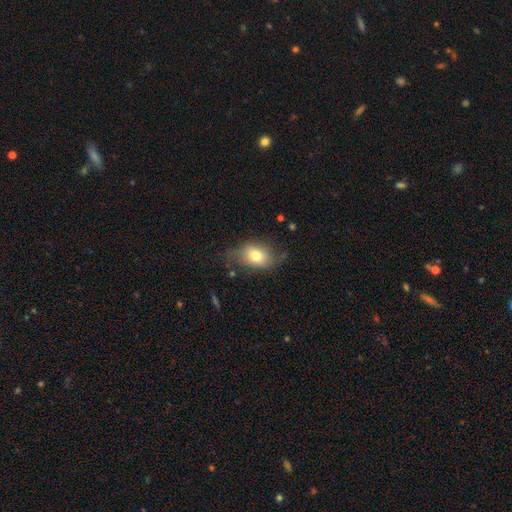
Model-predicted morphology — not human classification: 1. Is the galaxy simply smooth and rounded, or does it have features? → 72% smooth, 19% featured or disk, 9% star or artifact.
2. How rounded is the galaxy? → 74% in between, 25% round, 2% cigar-shaped.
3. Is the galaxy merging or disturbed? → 58% none, 29% minor disturbance, 11% major disturbance, 2% merger.